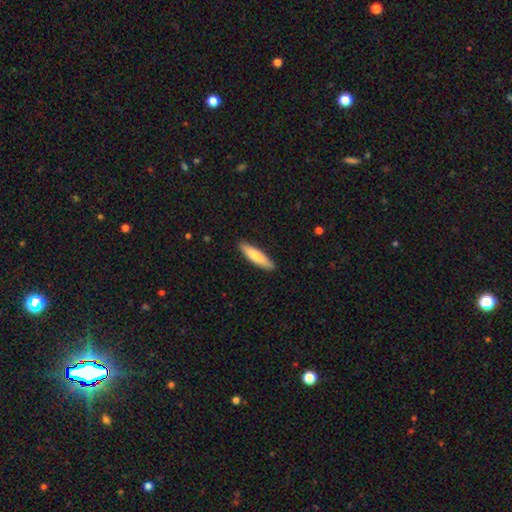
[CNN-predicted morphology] smooth 80%, featured or disk 15%, star or artifact 5%. Down the decision tree: how rounded — cigar-shaped (79%); merging — none (90%).